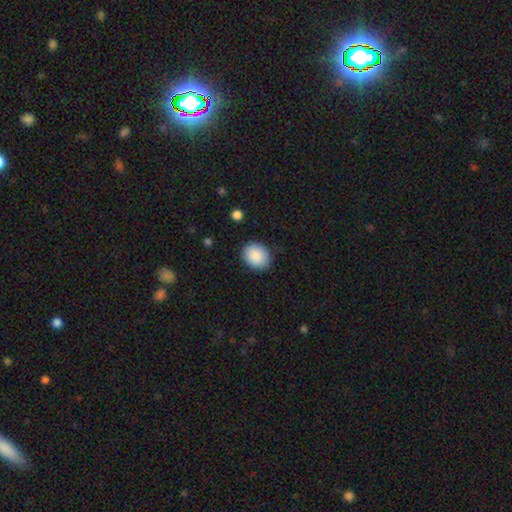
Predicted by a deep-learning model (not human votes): Morphology: type=smooth (89%); roundness=round (61%); merging=none (87%).